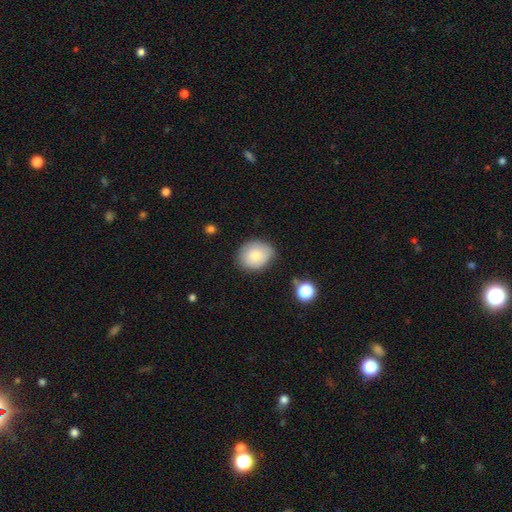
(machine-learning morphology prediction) The model was most divided on "how rounded": round: 54%, in between: 45%, cigar-shaped: 1%. More confident: smooth or featured — smooth (78%); merging — none (77%).